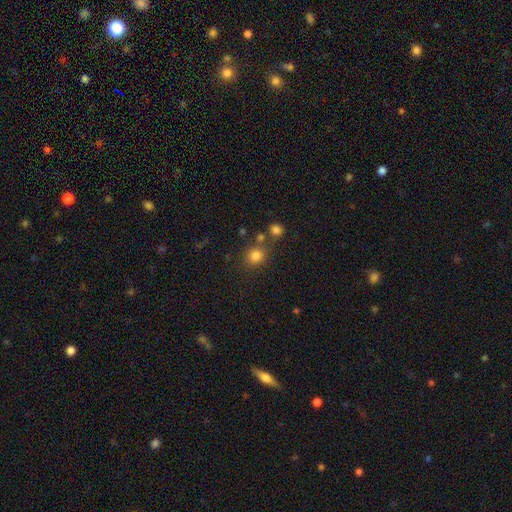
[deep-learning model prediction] This appears to be a smooth galaxy with no disk features (81%) that is round (79%). Merging: none (71%).